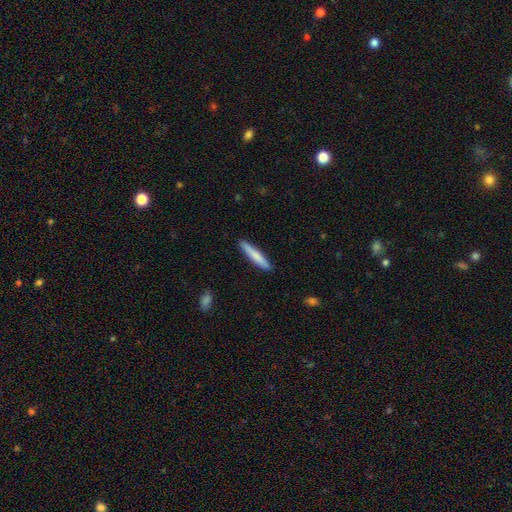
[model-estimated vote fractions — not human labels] Overall: smooth (75%). How rounded: cigar-shaped (93%). Merging: none (91%).